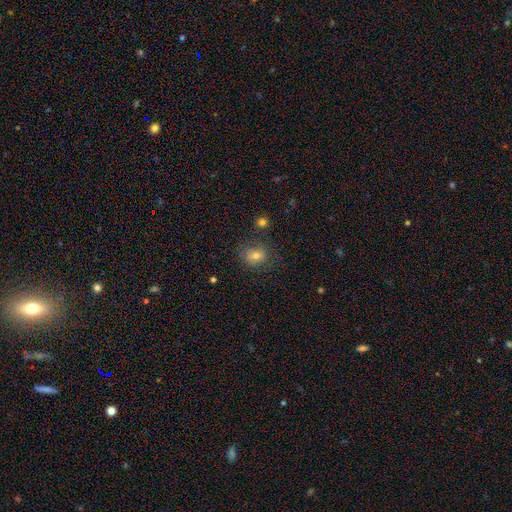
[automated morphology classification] smooth_or_featured: smooth (p=0.66) [alt: star or artifact p=0.17]
how_rounded: round (p=0.67) [alt: in between p=0.32]
merging: none (p=0.73) [alt: minor disturbance p=0.17]